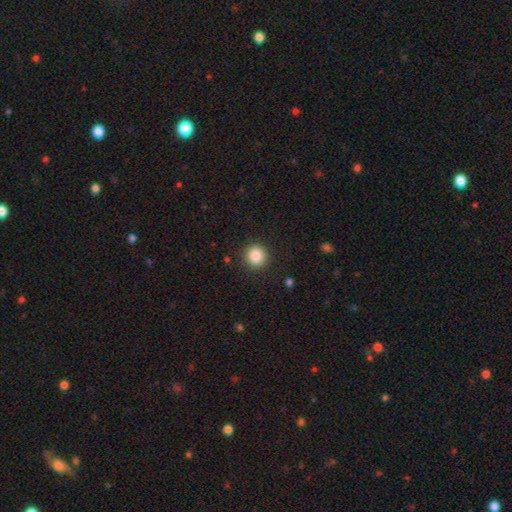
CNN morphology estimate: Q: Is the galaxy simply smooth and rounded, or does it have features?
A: smooth — 87%.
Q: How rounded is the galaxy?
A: round — 92%.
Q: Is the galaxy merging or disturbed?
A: none — 90%.